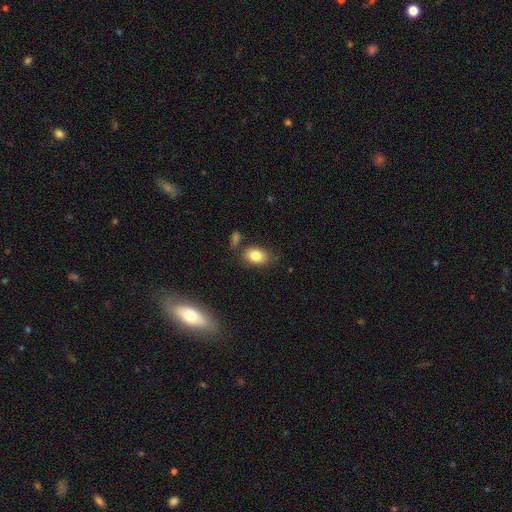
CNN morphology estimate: smooth 83%, featured or disk 9%, star or artifact 8%. Down the decision tree: how rounded — in between (83%); merging — none (75%).